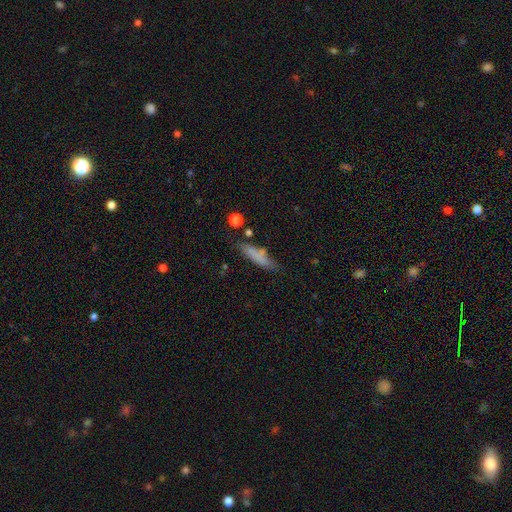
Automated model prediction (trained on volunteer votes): smooth 71%, featured or disk 20%, star or artifact 9%. Down the decision tree: how rounded — cigar-shaped (79%); merging — none (69%).